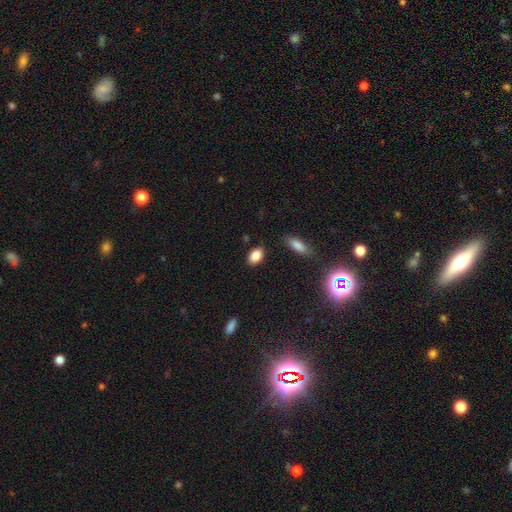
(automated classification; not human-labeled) The model was most divided on "merging": none: 84%, minor disturbance: 11%, major disturbance: 3%, merger: 2%. More confident: how rounded — in between (88%); smooth or featured — smooth (87%).